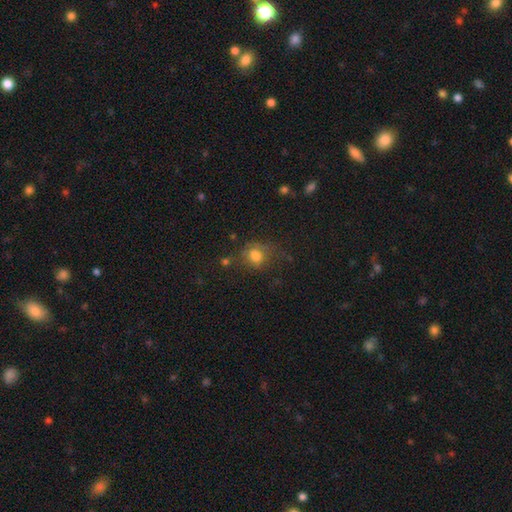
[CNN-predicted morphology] smooth-or-featured: smooth: 75% | star or artifact: 13% | featured or disk: 12%
  how-rounded: round: 65% | in between: 34% | cigar-shaped: 1%
  merging: none: 56% | minor disturbance: 24% | major disturbance: 14% | merger: 6%